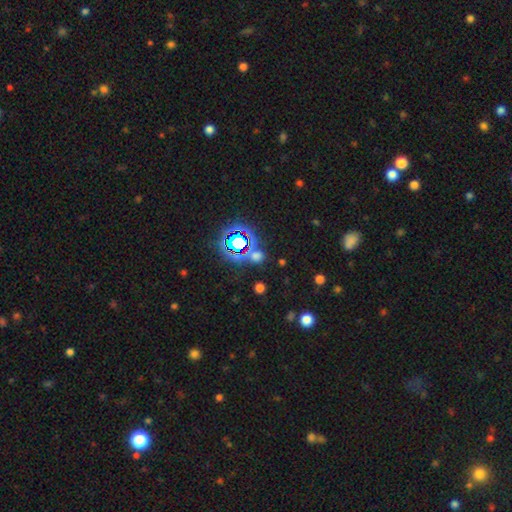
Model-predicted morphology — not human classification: Smooth or featured? star or artifact (50%)